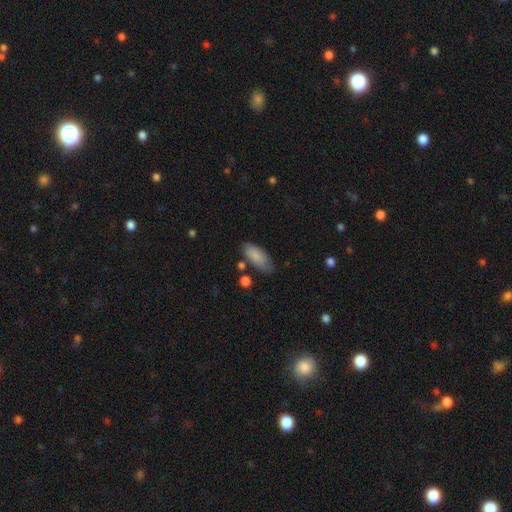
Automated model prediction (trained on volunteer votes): This appears to be a smooth galaxy with no disk features (85%) that is in between round and cigar-shaped (84%). Merging: none (68%).